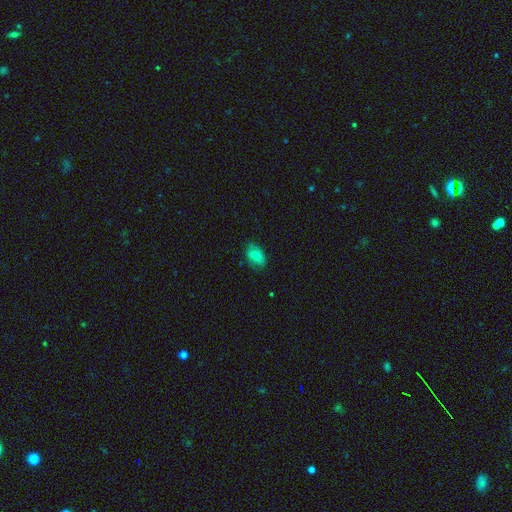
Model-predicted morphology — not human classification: A smooth galaxy with no disk features (75%) that is in between round and cigar-shaped (89%).

Vote fractions:
- Smooth or featured? smooth: 75% / featured or disk: 17% / star or artifact: 9%
- How rounded? in between: 89% / round: 8% / cigar-shaped: 2%
- Merging? none: 73% / minor disturbance: 21% / major disturbance: 5% / merger: 1%